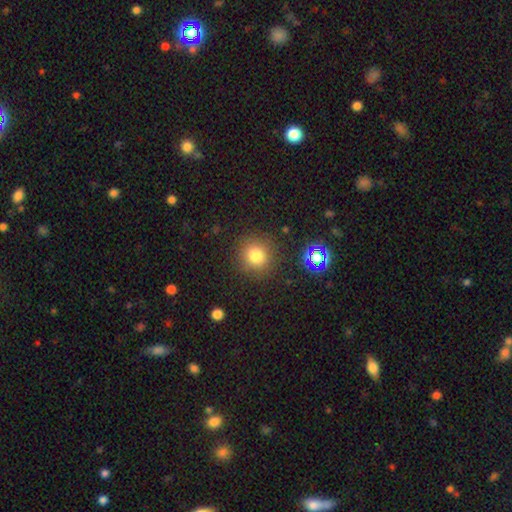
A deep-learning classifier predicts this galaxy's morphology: This is likely a smooth galaxy (77%). How rounded: clearly round (92%). Merging: clearly none (88%).